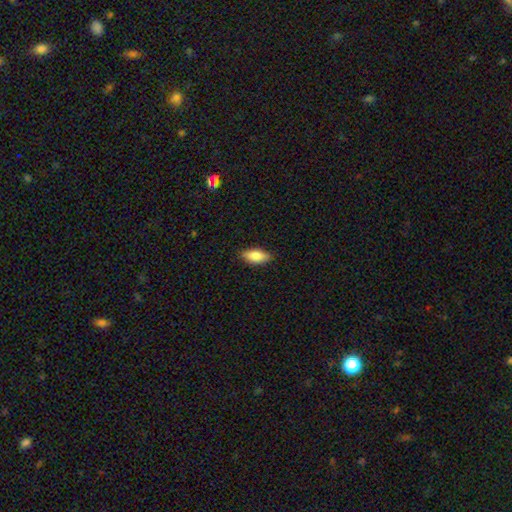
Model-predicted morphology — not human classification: Smooth or featured?
  - smooth: 80% *
  - featured or disk: 14%
  - star or artifact: 6%
How rounded?
  - in between: 80% *
  - cigar-shaped: 17%
  - round: 3%
Merging?
  - none: 87% *
  - minor disturbance: 10%
  - major disturbance: 2%
  - merger: 1%